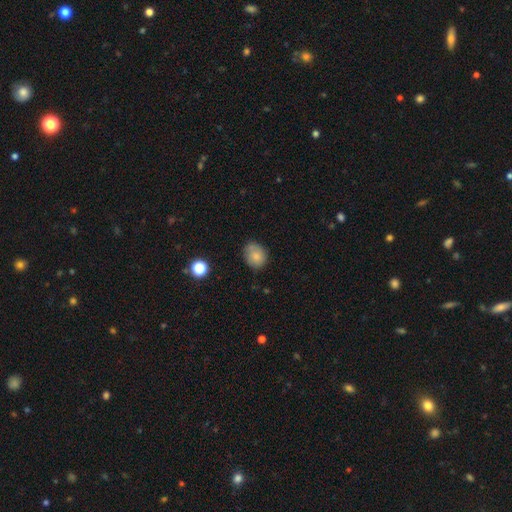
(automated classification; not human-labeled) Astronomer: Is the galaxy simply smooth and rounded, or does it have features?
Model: smooth — 79%.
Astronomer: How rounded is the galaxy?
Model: round — 59% (runner-up: in between, 41%).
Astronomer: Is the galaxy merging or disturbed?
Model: none — 69%.